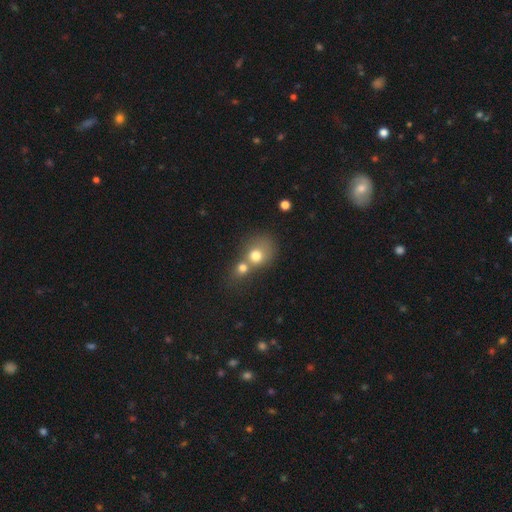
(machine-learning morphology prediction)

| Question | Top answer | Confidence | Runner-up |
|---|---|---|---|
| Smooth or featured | smooth | 71% | featured or disk (17%) |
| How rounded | round | 70% | in between (29%) |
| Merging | merger | 63% | none (25%) |